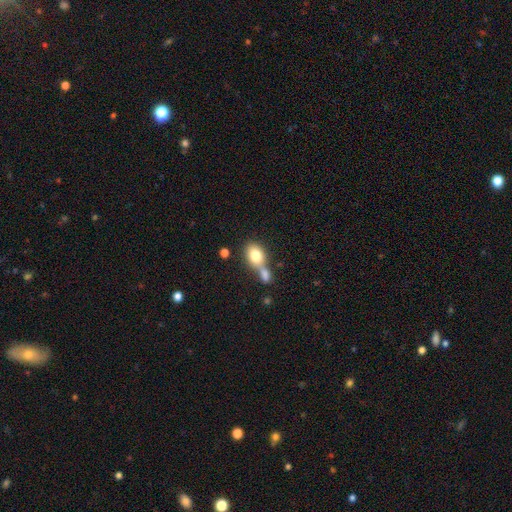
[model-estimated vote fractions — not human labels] Q: Smooth or featured?
A: smooth (77%); runner-up: featured or disk (14%)
Q: How rounded?
A: in between (65%); runner-up: round (33%)
Q: Merging?
A: merger (52%); runner-up: none (32%)